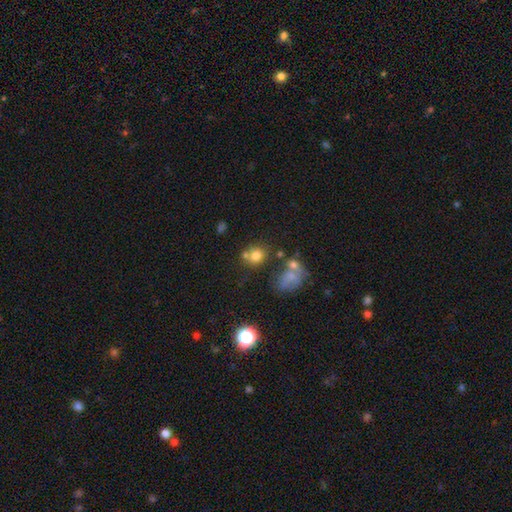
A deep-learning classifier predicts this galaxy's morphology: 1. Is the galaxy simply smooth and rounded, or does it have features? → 74% smooth, 14% star or artifact, 12% featured or disk.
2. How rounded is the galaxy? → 74% round, 25% in between, 1% cigar-shaped.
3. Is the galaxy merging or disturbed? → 54% none, 26% merger, 13% minor disturbance, 6% major disturbance.